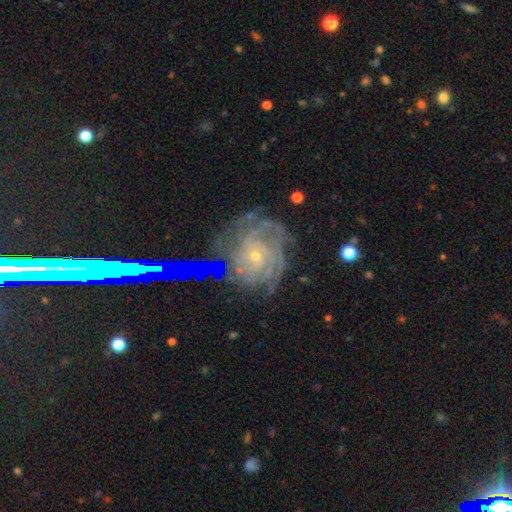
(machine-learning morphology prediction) This appears to be a featured or disk galaxy (86%) with no bar (74%), tight (72%) spiral arms (97%) and a small central bulge (81%). Merging: none (66%).